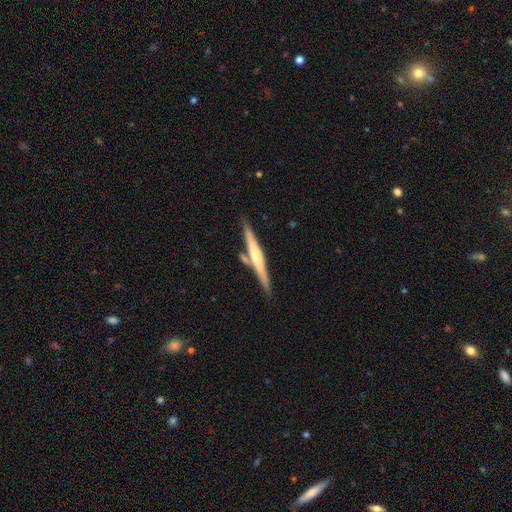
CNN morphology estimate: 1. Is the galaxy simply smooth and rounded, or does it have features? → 61% featured or disk, 34% smooth, 6% star or artifact.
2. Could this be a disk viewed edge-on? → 97% yes, 3% no.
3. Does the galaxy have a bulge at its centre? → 54% rounded, 28% none, 18% boxy.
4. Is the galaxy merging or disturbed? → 75% none, 11% merger, 11% minor disturbance, 3% major disturbance.